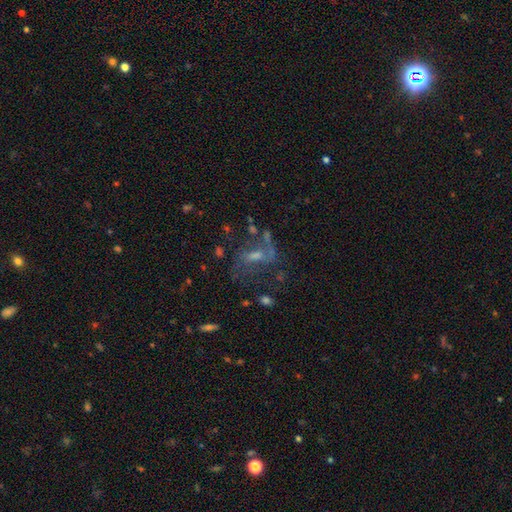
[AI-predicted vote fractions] Smooth or featured?
  - featured or disk: 63% *
  - star or artifact: 19%
  - smooth: 18%
Edge-on disk?
  - no: 94% *
  - yes: 6%
Bar?
  - weak: 46% *
  - no: 37%
  - strong: 17%
Spiral arms?
  - yes: 70% *
  - no: 30%
Bulge size?
  - small: 40% *
  - moderate: 38%
  - none: 15%
  - large: 5%
  - dominant: 2%
Merging?
  - none: 47% *
  - major disturbance: 27%
  - minor disturbance: 18%
  - merger: 9%